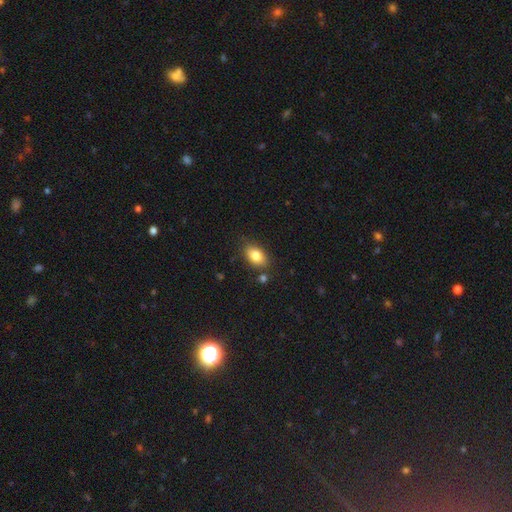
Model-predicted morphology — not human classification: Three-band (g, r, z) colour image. It shows a smooth galaxy with no disk features (82%) that is in between round and cigar-shaped (87%). Merging: none (78%).